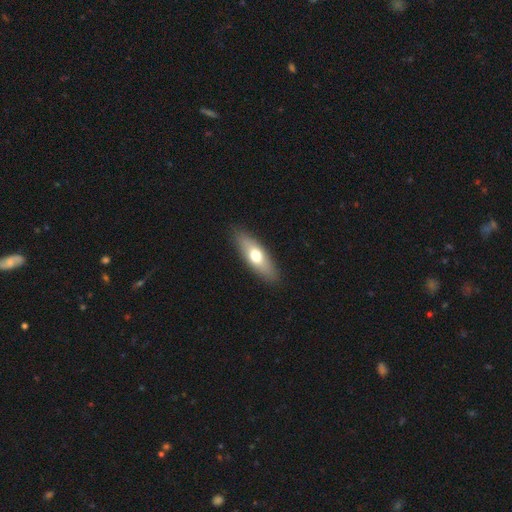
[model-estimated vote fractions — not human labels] Q: Smooth or featured?
A: smooth (62%); runner-up: featured or disk (32%)
Q: How rounded?
A: in between (57%); runner-up: cigar-shaped (40%)
Q: Merging?
A: none (88%); runner-up: minor disturbance (9%)